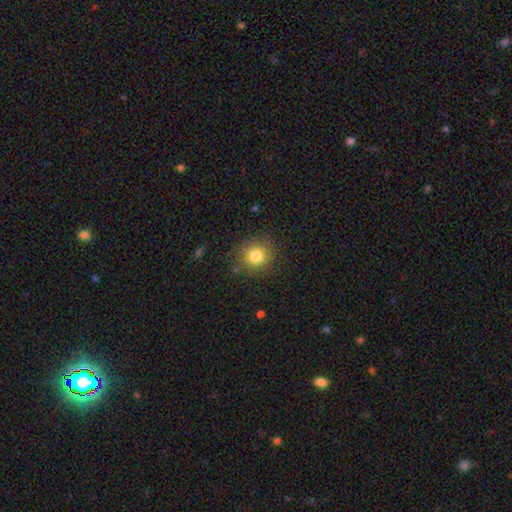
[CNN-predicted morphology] type=smooth (80%); roundness=round (89%); merging=none (86%).